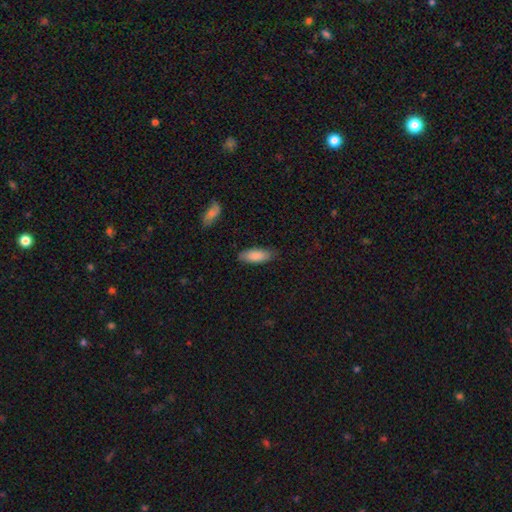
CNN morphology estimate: The model was most divided on "how rounded": in between: 73%, cigar-shaped: 25%, round: 2%. More confident: smooth or featured — smooth (85%); merging — none (82%).